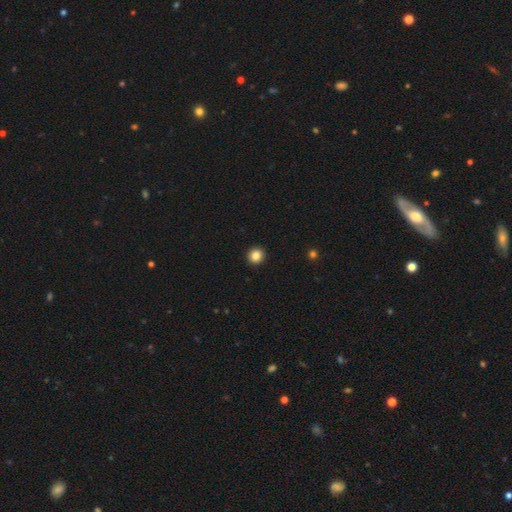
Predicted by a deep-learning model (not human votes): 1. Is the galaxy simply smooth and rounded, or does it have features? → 85% smooth, 10% star or artifact, 5% featured or disk.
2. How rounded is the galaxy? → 94% round, 5% in between, 1% cigar-shaped.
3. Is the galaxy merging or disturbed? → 94% none, 4% minor disturbance, 1% major disturbance, 1% merger.